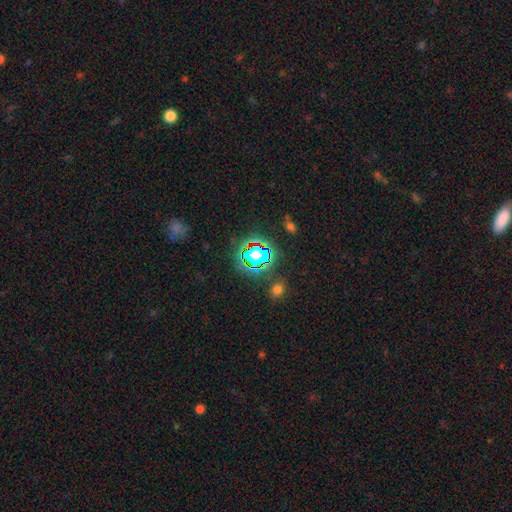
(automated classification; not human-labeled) Smooth or featured: star or artifact — 73% (smooth — 18%)